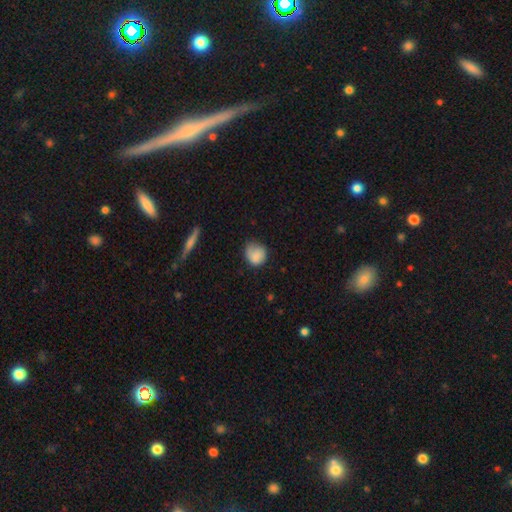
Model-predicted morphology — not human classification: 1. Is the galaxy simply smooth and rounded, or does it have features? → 83% smooth, 9% featured or disk, 7% star or artifact.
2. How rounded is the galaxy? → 76% round, 23% in between, 1% cigar-shaped.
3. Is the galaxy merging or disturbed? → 57% none, 32% minor disturbance, 9% major disturbance, 2% merger.